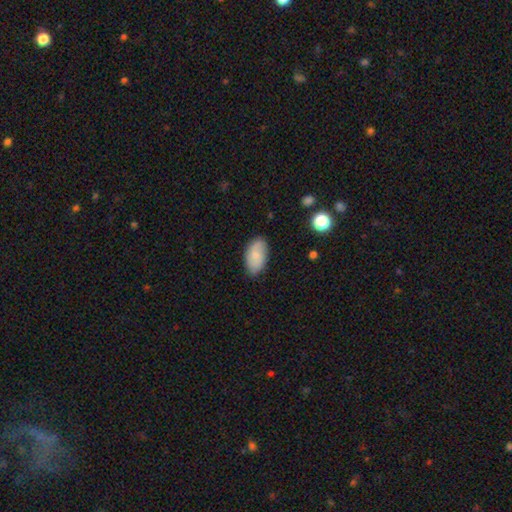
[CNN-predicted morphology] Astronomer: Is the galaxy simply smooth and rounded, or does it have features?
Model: smooth — 70%.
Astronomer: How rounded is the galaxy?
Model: in between — 94%.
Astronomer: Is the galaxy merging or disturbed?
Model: none — 80%.